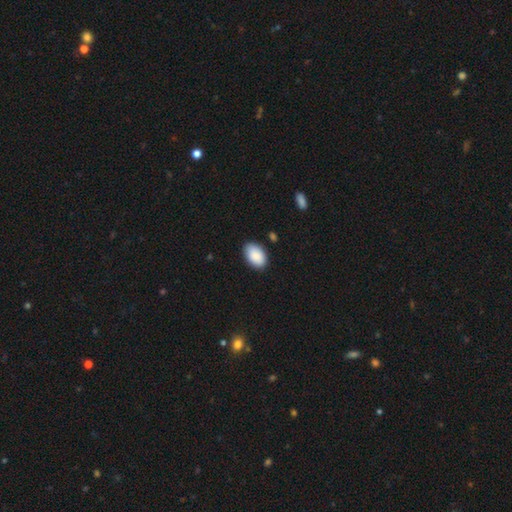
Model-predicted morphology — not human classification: smooth-or-featured: smooth: 90% | star or artifact: 6% | featured or disk: 4%
  how-rounded: in between: 93% | round: 6% | cigar-shaped: 1%
  merging: none: 86% | minor disturbance: 11% | major disturbance: 2% | merger: 2%